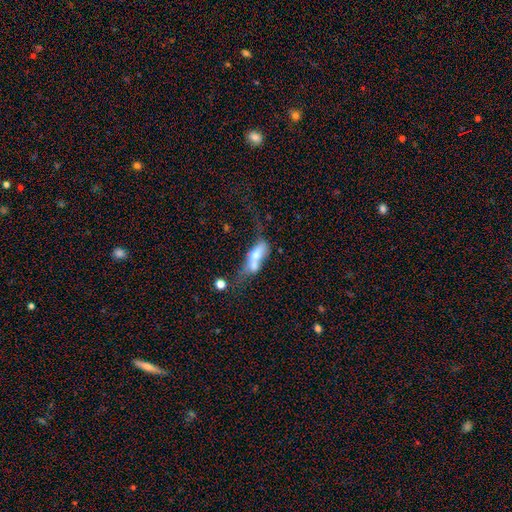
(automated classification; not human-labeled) Q: Smooth or featured?
A: smooth (52%); runner-up: featured or disk (38%)
Q: How rounded?
A: in between (66%); runner-up: cigar-shaped (25%)
Q: Merging?
A: merger (61%); runner-up: major disturbance (15%)